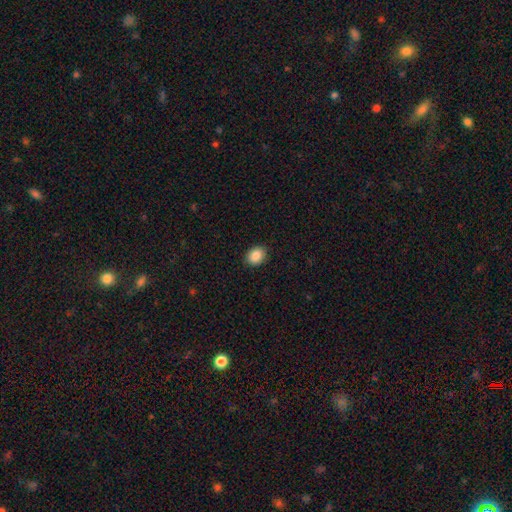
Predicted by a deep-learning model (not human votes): Smooth or featured? smooth (88%)
How rounded? in between (53%)
Merging? none (89%)